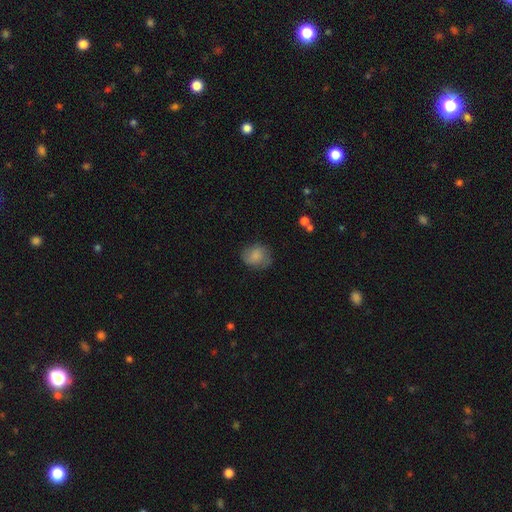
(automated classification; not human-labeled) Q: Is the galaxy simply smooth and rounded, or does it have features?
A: smooth — 79%.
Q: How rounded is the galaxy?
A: round — 65%.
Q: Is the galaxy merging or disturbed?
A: none — 70%.